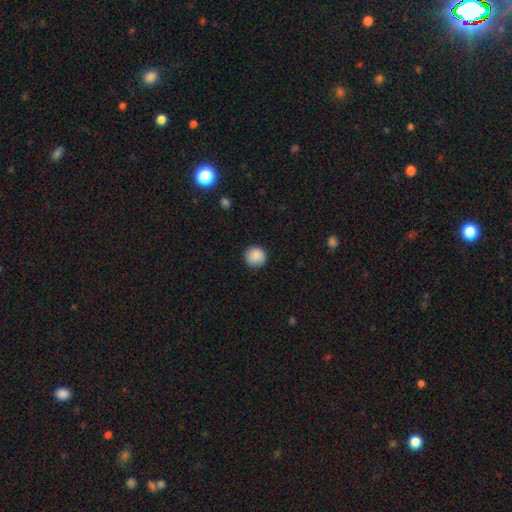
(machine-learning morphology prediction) smooth-or-featured: smooth: 88% | star or artifact: 8% | featured or disk: 4%
  how-rounded: round: 94% | in between: 5% | cigar-shaped: 1%
  merging: none: 89% | minor disturbance: 8% | major disturbance: 2% | merger: 1%